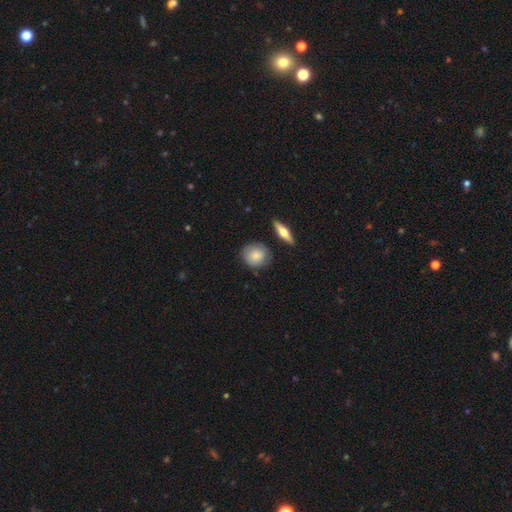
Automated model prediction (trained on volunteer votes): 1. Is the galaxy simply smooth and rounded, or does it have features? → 80% smooth, 14% featured or disk, 6% star or artifact.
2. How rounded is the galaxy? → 77% round, 21% in between, 2% cigar-shaped.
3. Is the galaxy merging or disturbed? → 78% none, 15% minor disturbance, 4% merger, 3% major disturbance.